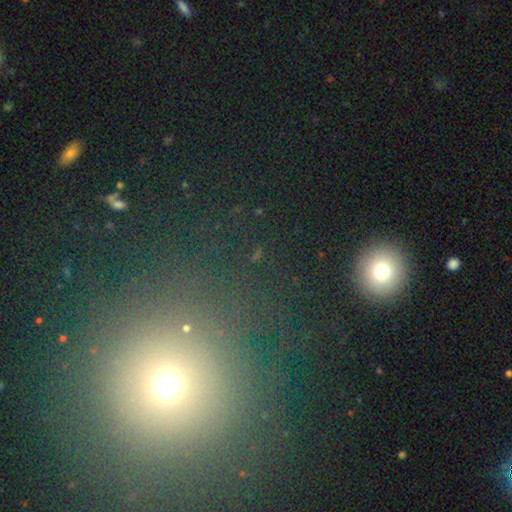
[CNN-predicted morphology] Smooth or featured?
  - smooth: 47% *
  - star or artifact: 42%
  - featured or disk: 11%
Merging?
  - none: 85% *
  - minor disturbance: 6%
  - major disturbance: 5%
  - merger: 4%